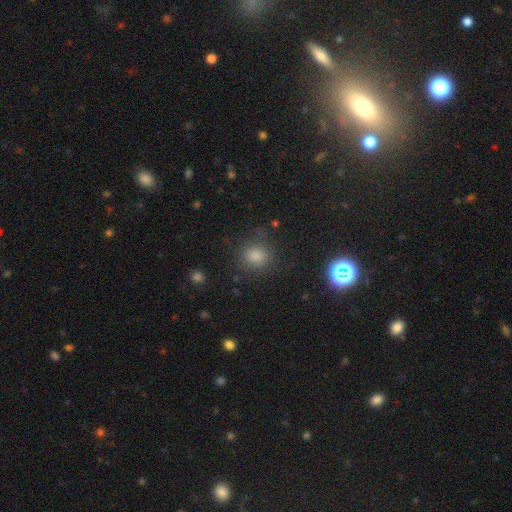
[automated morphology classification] smooth_or_featured: smooth (p=0.75) [alt: star or artifact p=0.19]
how_rounded: round (p=0.85) [alt: in between p=0.14]
merging: none (p=0.83) [alt: minor disturbance p=0.11]